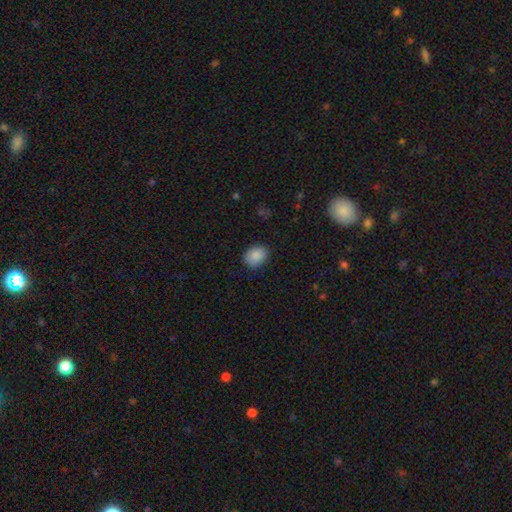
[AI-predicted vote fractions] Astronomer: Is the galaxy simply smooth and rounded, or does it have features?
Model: smooth — 88%.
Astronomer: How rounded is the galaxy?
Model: in between — 58% (runner-up: round, 41%).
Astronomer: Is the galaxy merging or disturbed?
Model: none — 87%.